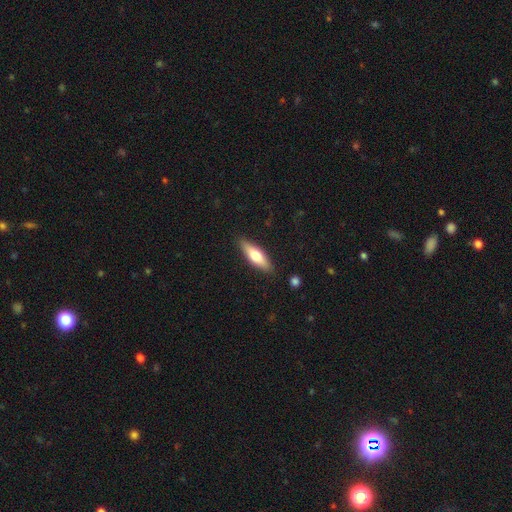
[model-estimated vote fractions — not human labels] Smooth or featured?
  - smooth: 59% *
  - featured or disk: 35%
  - star or artifact: 6%
How rounded?
  - cigar-shaped: 56% *
  - in between: 41%
  - round: 2%
Merging?
  - none: 87% *
  - minor disturbance: 9%
  - major disturbance: 2%
  - merger: 1%